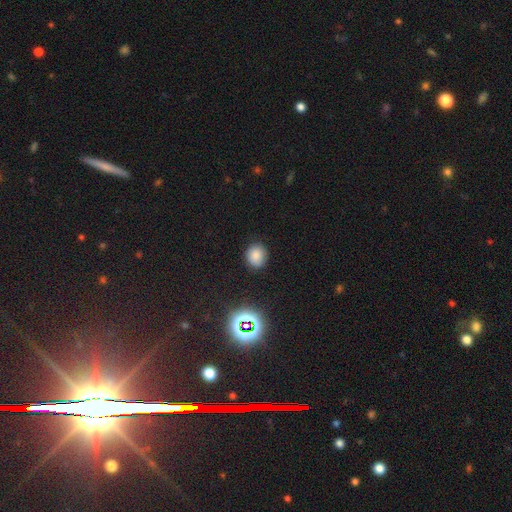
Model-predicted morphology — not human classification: The model was most divided on "how rounded": round: 74%, in between: 25%, cigar-shaped: 1%. More confident: merging — none (86%); smooth or featured — smooth (80%).